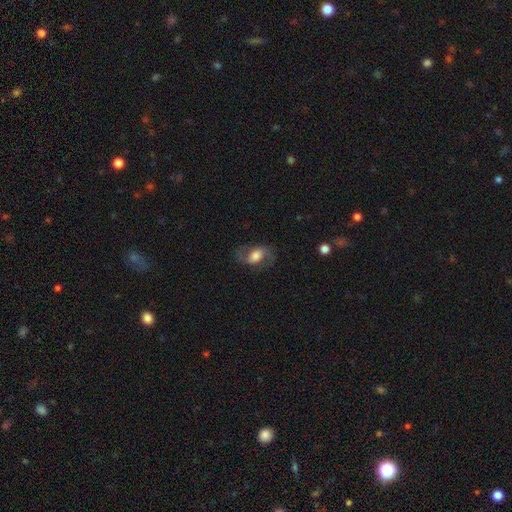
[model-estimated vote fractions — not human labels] The model was most divided on "bar": no: 44%, weak: 39%, strong: 18%. Remaining: edge-on disk — no (94%); spiral arms — yes (82%); merging — none (69%); smooth or featured — featured or disk (55%); bulge size — large (43%).